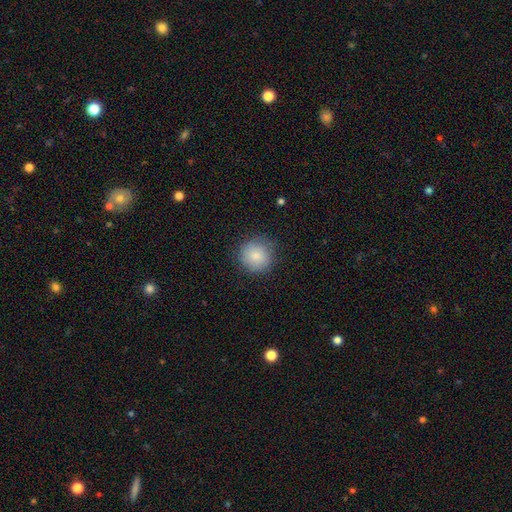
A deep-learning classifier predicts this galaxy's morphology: Smooth or featured? smooth (84%)
How rounded? round (93%)
Merging? none (81%)